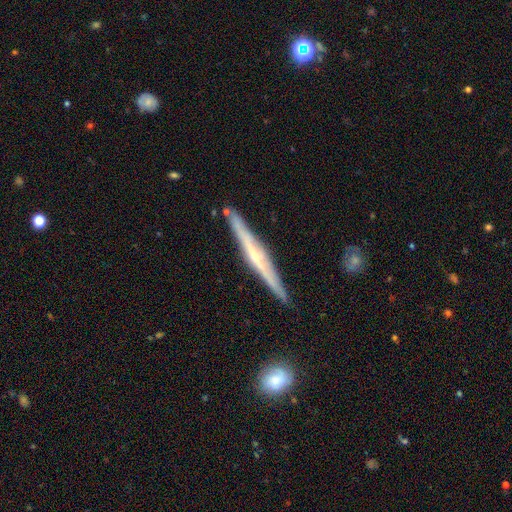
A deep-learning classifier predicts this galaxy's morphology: The model was most divided on "edge-on bulge": rounded: 63%, none: 30%, boxy: 7%. More confident: edge-on disk — yes (97%); merging — none (88%); smooth or featured — featured or disk (76%).